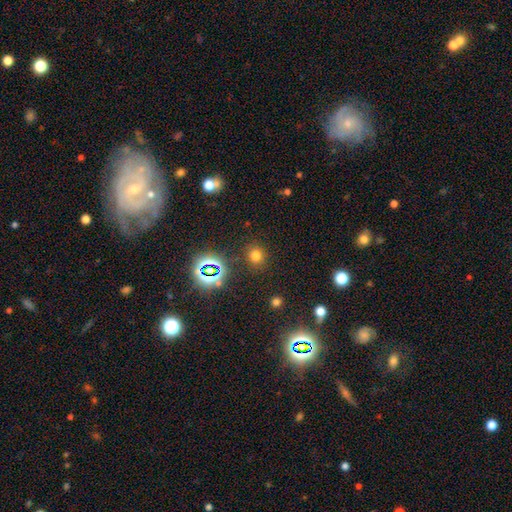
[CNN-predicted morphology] Q: Smooth or featured?
A: smooth (69%); runner-up: star or artifact (25%)
Q: How rounded?
A: round (86%); runner-up: in between (13%)
Q: Merging?
A: none (87%); runner-up: minor disturbance (7%)